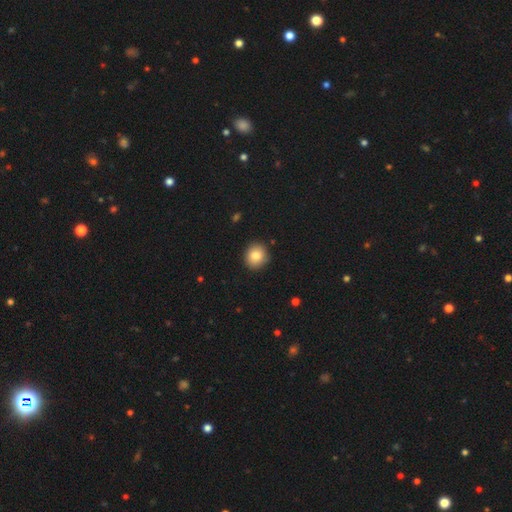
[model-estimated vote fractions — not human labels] Q: Smooth or featured?
A: smooth (83%); runner-up: star or artifact (9%)
Q: How rounded?
A: round (86%); runner-up: in between (13%)
Q: Merging?
A: none (90%); runner-up: minor disturbance (8%)